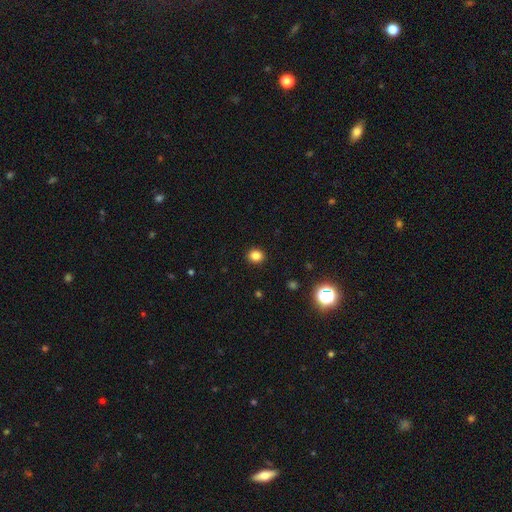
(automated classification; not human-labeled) smooth_or_featured: smooth (p=0.84) [alt: star or artifact p=0.12]
how_rounded: round (p=0.78) [alt: in between p=0.21]
merging: none (p=0.92) [alt: minor disturbance p=0.05]